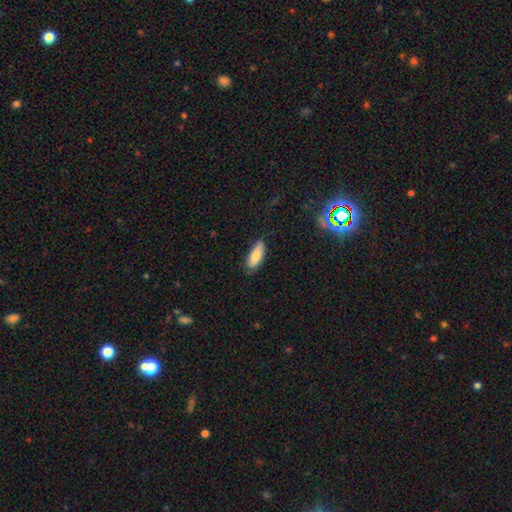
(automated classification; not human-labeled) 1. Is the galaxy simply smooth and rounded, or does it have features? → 83% smooth, 11% featured or disk, 6% star or artifact.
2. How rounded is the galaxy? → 74% in between, 24% cigar-shaped, 2% round.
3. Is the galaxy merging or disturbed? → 72% none, 23% minor disturbance, 4% major disturbance, 1% merger.